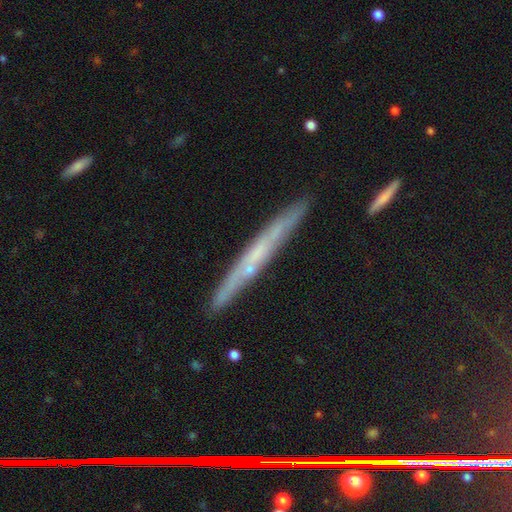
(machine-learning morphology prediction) type=featured or disk (58%); edge-on=yes (92%); edge-on bulge=none (74%); merging=none (87%).